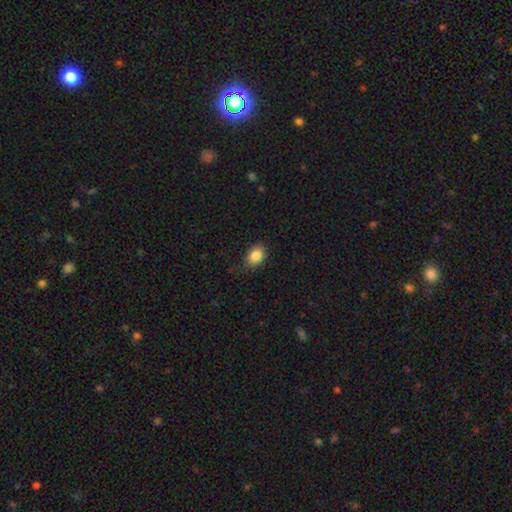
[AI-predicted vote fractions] Overall: smooth (85%). How rounded: in between (77%). Merging: none (80%).